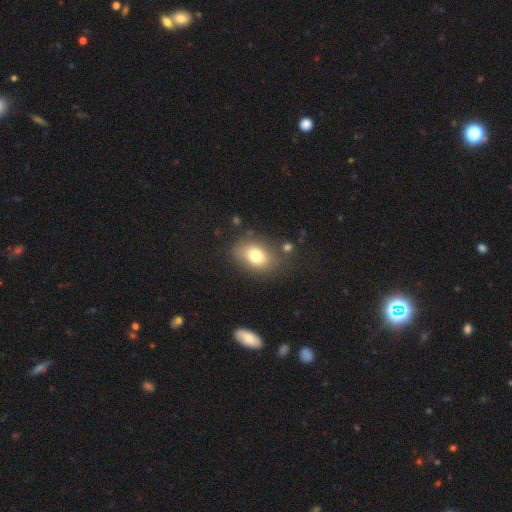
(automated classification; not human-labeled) Overall: smooth (76%). How rounded: in between (73%). Merging: none (73%).